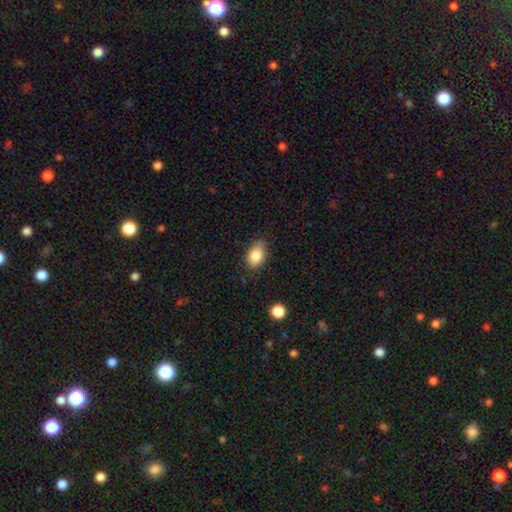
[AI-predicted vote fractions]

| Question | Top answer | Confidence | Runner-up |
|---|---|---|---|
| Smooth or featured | smooth | 85% | star or artifact (9%) |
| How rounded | in between | 80% | round (19%) |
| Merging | none | 65% | minor disturbance (29%) |